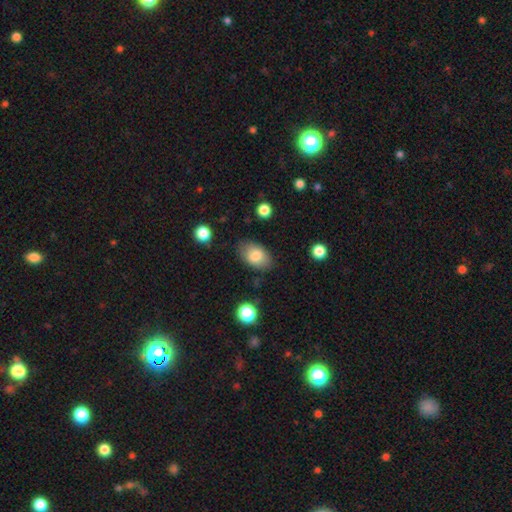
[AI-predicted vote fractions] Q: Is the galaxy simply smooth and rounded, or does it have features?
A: smooth — 80%.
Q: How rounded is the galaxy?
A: in between — 88%.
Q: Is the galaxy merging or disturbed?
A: none — 78%.